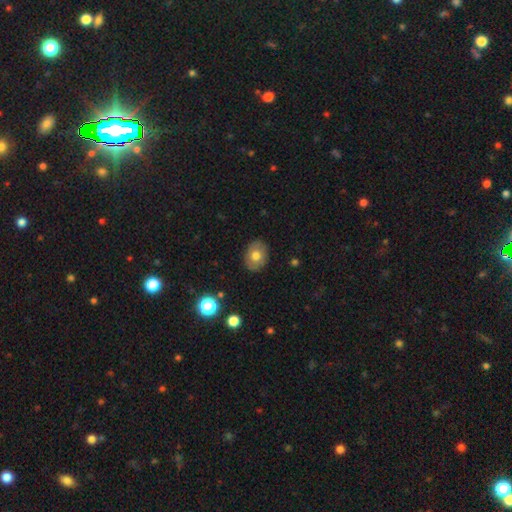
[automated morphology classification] smooth-or-featured: smooth: 72% | featured or disk: 18% | star or artifact: 9%
  how-rounded: in between: 59% | round: 41% | cigar-shaped: 1%
  merging: none: 87% | minor disturbance: 10% | major disturbance: 2% | merger: 1%